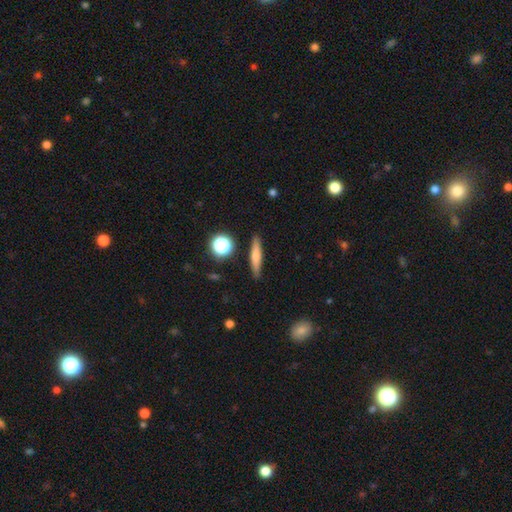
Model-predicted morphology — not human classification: Smooth or featured?
  - smooth: 64% *
  - featured or disk: 27%
  - star or artifact: 9%
How rounded?
  - cigar-shaped: 85% *
  - in between: 10%
  - round: 4%
Merging?
  - none: 88% *
  - minor disturbance: 8%
  - major disturbance: 2%
  - merger: 2%